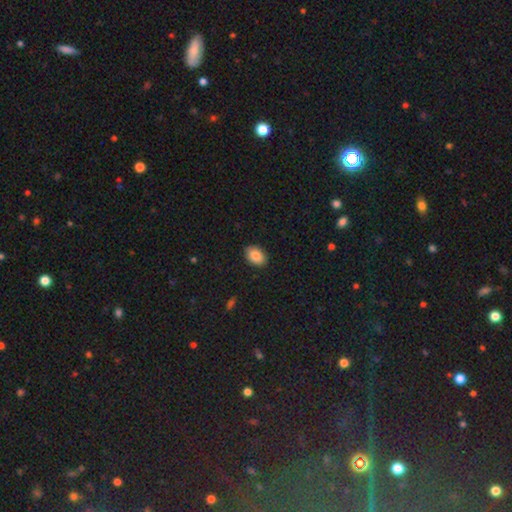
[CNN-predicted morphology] Smooth or featured? smooth (86%)
How rounded? in between (84%)
Merging? none (90%)